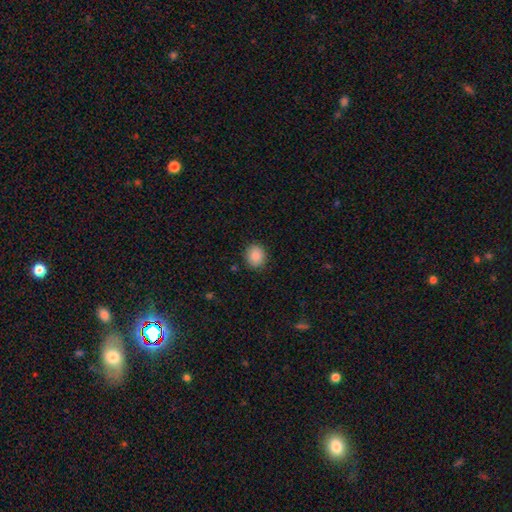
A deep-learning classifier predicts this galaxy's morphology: Smooth or featured?
  - smooth: 88% *
  - star or artifact: 8%
  - featured or disk: 3%
How rounded?
  - round: 69% *
  - in between: 30%
  - cigar-shaped: 1%
Merging?
  - none: 88% *
  - minor disturbance: 8%
  - major disturbance: 2%
  - merger: 1%